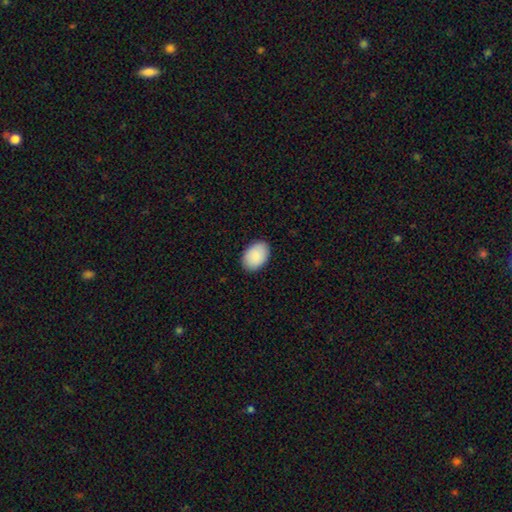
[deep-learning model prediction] This appears to be a smooth galaxy with no disk features (90%) that is in between round and cigar-shaped (85%). Merging: none (89%).